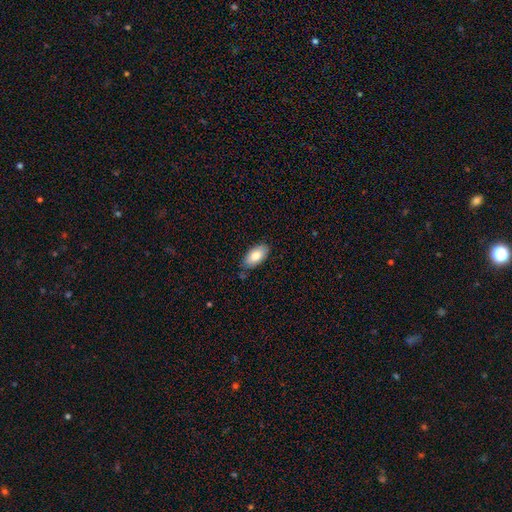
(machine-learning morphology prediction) This is clearly a smooth galaxy (82%). How rounded: clearly in between (94%). Merging: clearly none (81%).